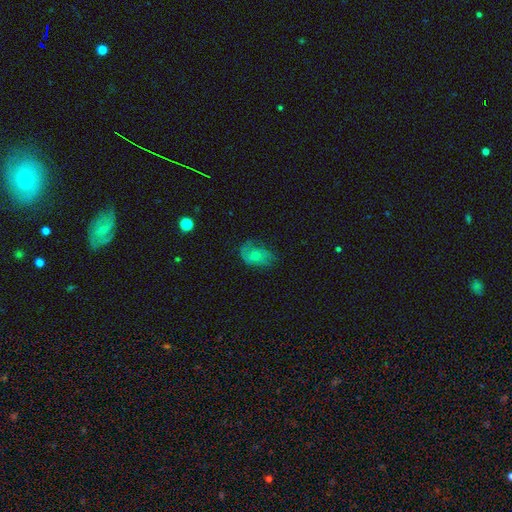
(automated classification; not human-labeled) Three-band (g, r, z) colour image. It shows a smooth galaxy with no disk features (59%) that is in between round and cigar-shaped (78%). Merging: none (45%).